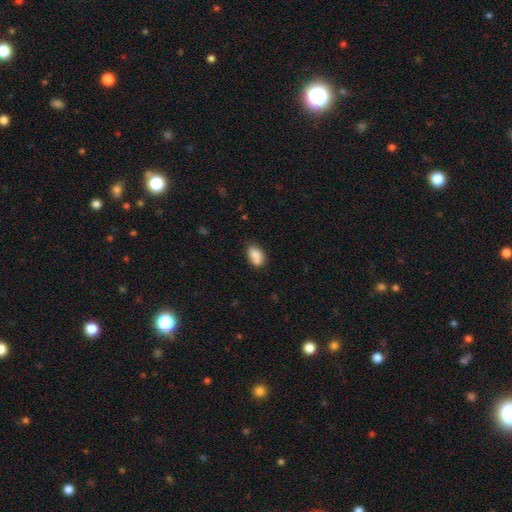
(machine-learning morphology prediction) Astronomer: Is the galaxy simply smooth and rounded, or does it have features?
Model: smooth — 86%.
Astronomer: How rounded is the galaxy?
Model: in between — 90%.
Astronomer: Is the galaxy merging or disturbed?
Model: none — 68%.